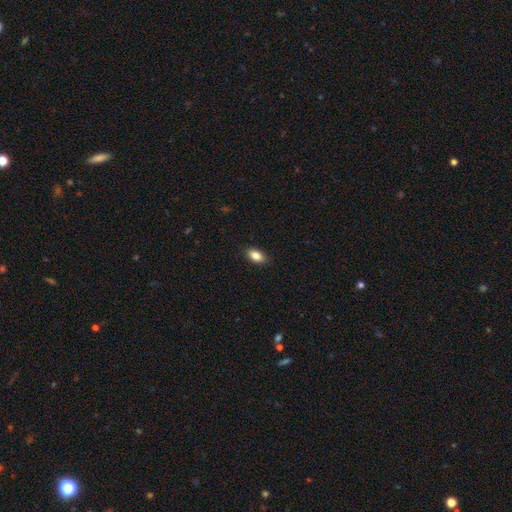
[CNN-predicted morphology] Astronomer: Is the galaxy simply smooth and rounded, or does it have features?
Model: smooth — 86%.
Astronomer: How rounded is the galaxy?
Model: in between — 90%.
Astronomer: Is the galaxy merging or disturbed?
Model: none — 89%.